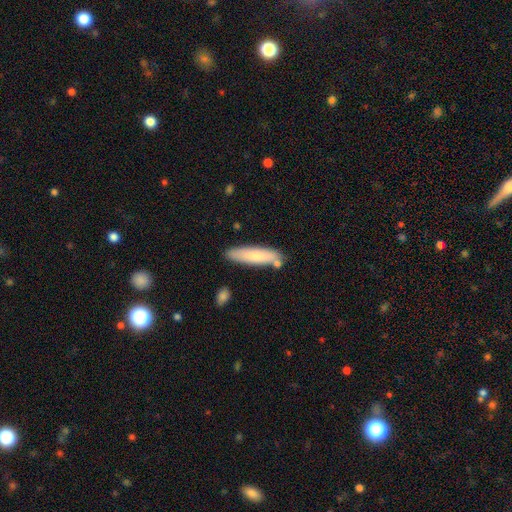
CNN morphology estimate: smooth_or_featured: smooth (p=0.77) [alt: featured or disk p=0.17]
how_rounded: cigar-shaped (p=0.75) [alt: in between p=0.24]
merging: none (p=0.80) [alt: minor disturbance p=0.12]